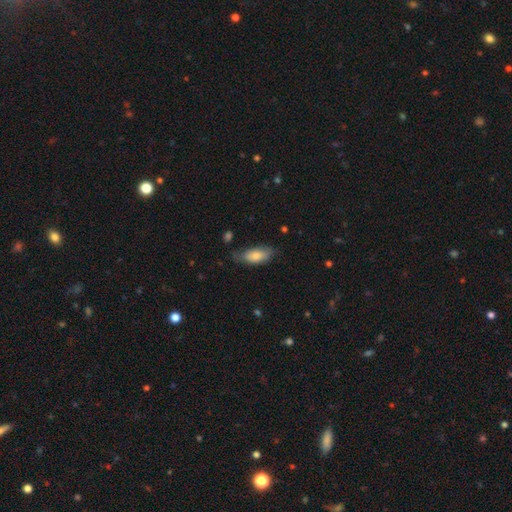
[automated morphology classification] smooth-or-featured: smooth: 79% | featured or disk: 15% | star or artifact: 6%
  how-rounded: in between: 81% | cigar-shaped: 16% | round: 2%
  merging: none: 63% | minor disturbance: 28% | major disturbance: 6% | merger: 2%